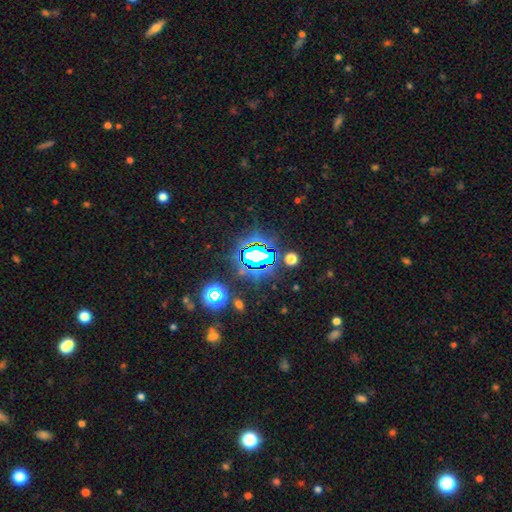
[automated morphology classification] This appears to be a star or artifact, not a galaxy (71%).